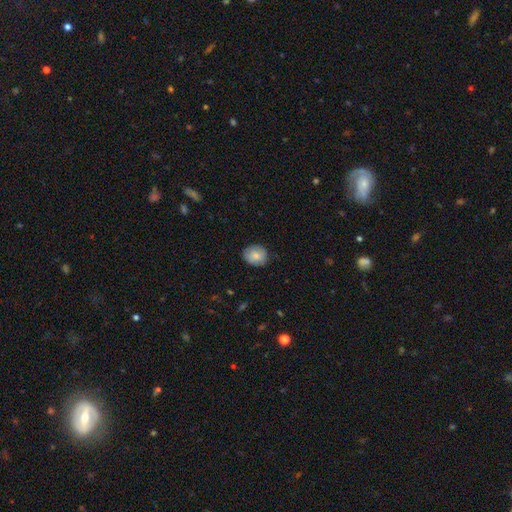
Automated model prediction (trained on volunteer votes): smooth_or_featured: smooth (p=0.80) [alt: featured or disk p=0.12]
how_rounded: round (p=0.76) [alt: in between p=0.24]
merging: none (p=0.84) [alt: minor disturbance p=0.13]